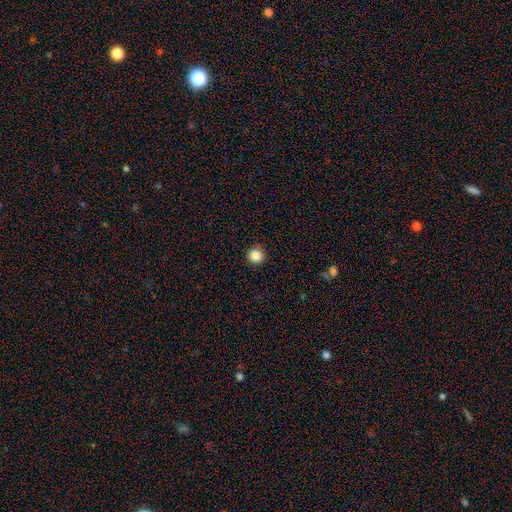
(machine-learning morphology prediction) The model was most divided on "smooth or featured": smooth: 86%, star or artifact: 11%, featured or disk: 3%. More confident: how rounded — round (92%); merging — none (89%).